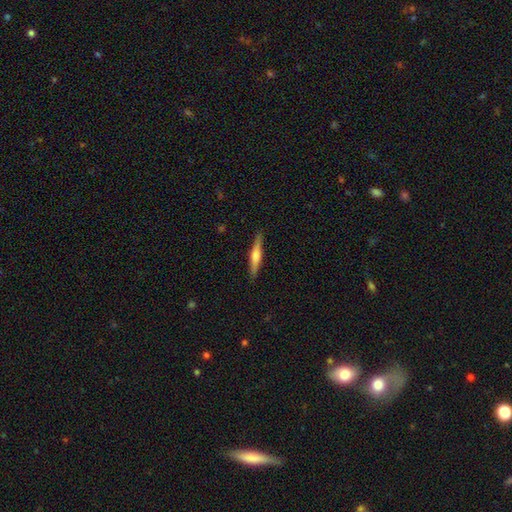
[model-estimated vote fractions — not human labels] A featured or disk galaxy (54%) viewed edge-on (97%) with a rounded central bulge (71%).

Vote fractions:
- Smooth or featured? featured or disk: 54% / smooth: 40% / star or artifact: 6%
- Edge-on disk? yes: 97% / no: 3%
- Edge-on bulge? rounded: 71% / boxy: 19% / none: 10%
- Merging? none: 90% / minor disturbance: 7% / major disturbance: 2% / merger: 1%